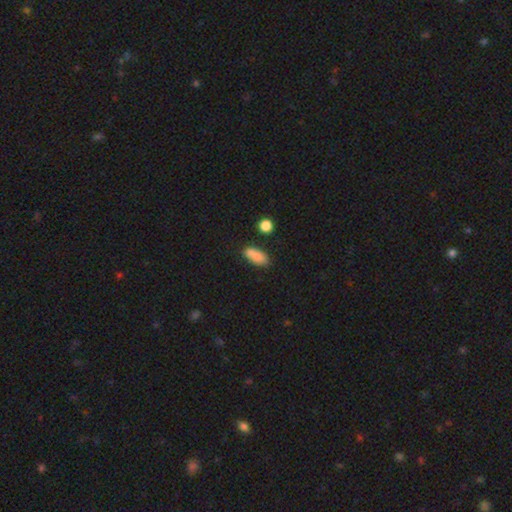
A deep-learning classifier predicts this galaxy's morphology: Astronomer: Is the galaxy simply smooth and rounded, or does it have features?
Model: smooth — 78%.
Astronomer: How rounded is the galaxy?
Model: in between — 81%.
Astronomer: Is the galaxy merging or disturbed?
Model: none — 57%.